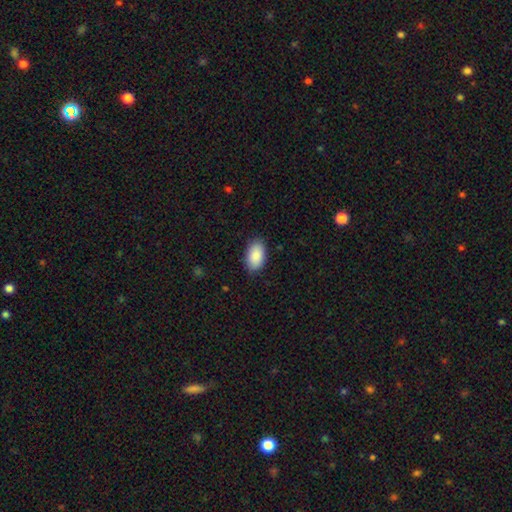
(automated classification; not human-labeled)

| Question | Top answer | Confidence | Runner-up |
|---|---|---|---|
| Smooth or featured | smooth | 89% | star or artifact (6%) |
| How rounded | in between | 95% | round (4%) |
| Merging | none | 86% | minor disturbance (11%) |